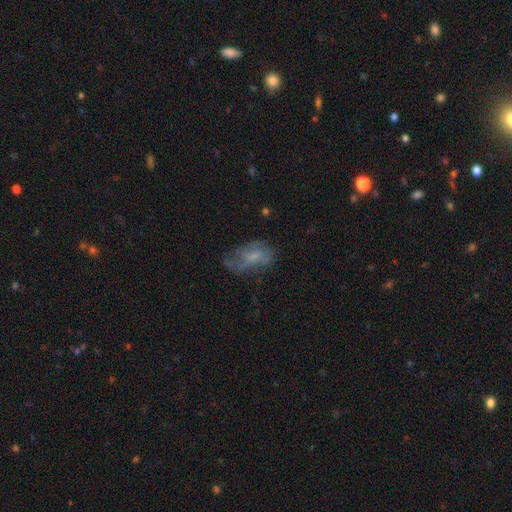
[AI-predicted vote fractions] Overall: featured or disk (45%; smooth 44%). Merging: none (45%; minor disturbance 28%).